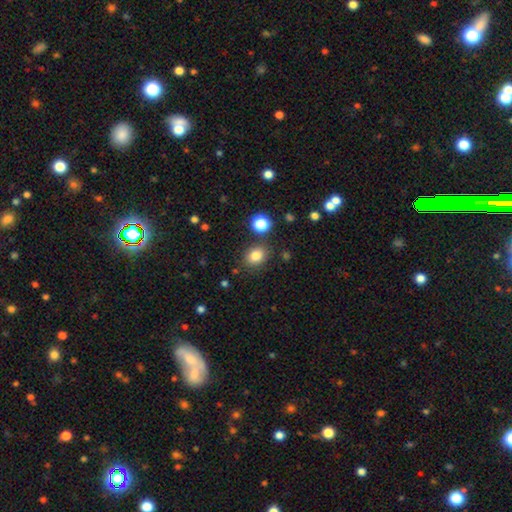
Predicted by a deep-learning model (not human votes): This is clearly a smooth galaxy (81%). How rounded: possibly round (53%). Merging: clearly none (81%).